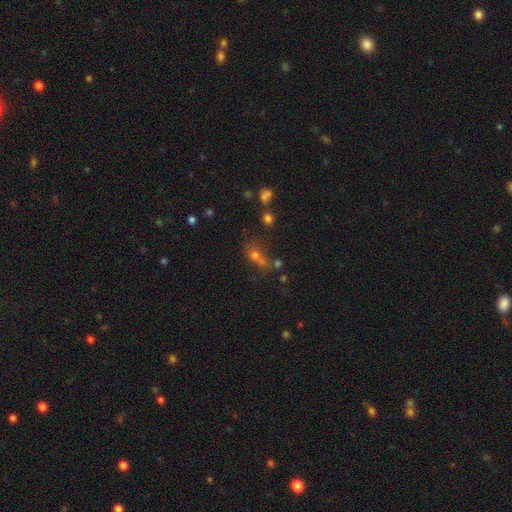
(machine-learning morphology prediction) A smooth galaxy with no disk features (55%) that is round (63%). Merging: none (40%).